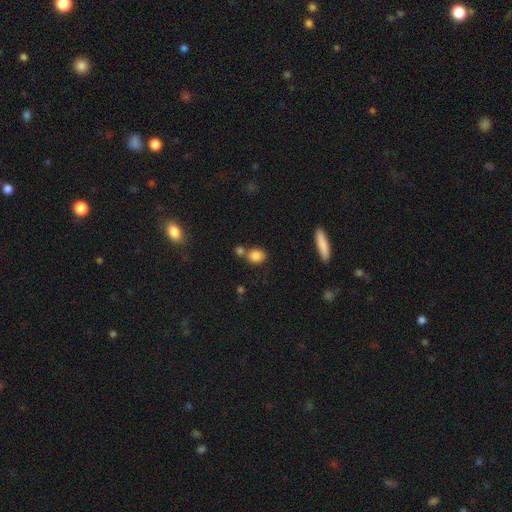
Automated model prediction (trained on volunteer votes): The model was most divided on "how rounded": round: 57%, in between: 40%, cigar-shaped: 2%. More confident: smooth or featured — smooth (84%); merging — none (58%).